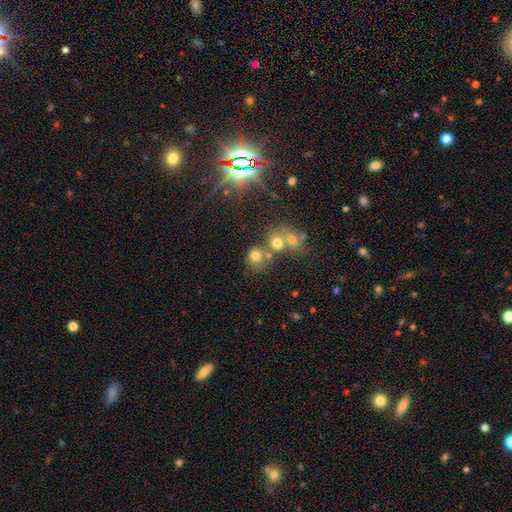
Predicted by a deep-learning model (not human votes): Overall: smooth (69%). How rounded: round (83%). Merging: none (52%; merger 32%).